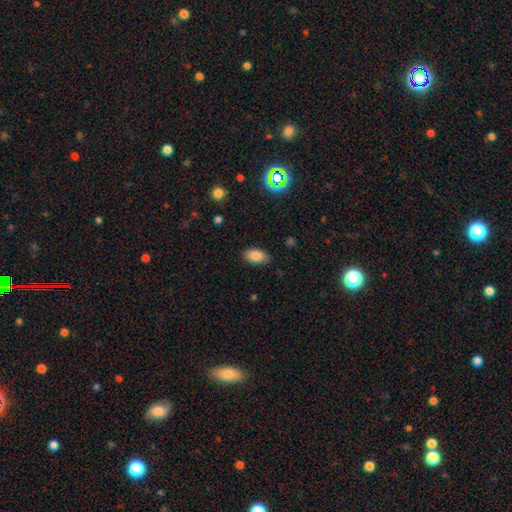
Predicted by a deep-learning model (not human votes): smooth 84%, star or artifact 9%, featured or disk 7%. Down the decision tree: how rounded — in between (93%); merging — none (82%).